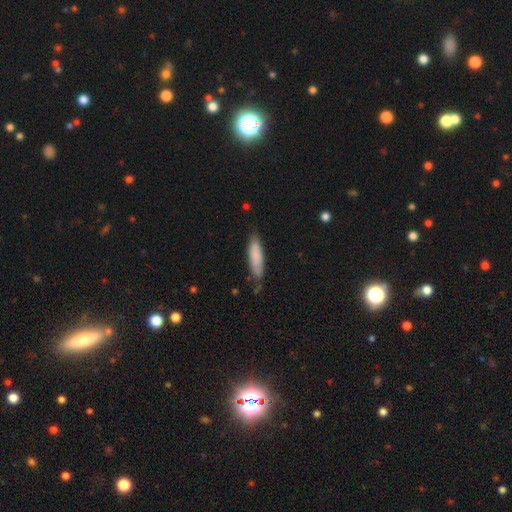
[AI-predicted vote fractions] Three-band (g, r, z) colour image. It shows a smooth galaxy with no disk features (83%) that is cigar-shaped (64%). Merging: none (72%).